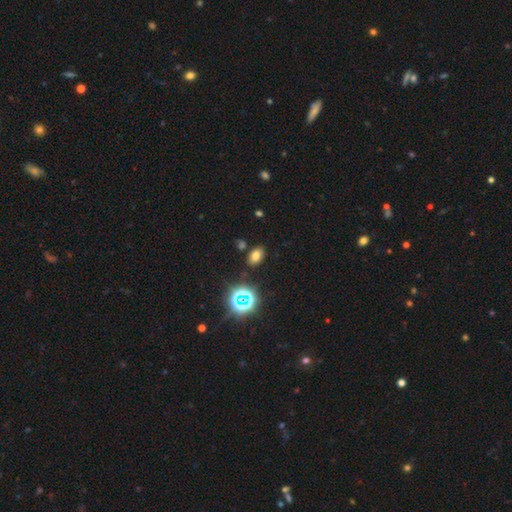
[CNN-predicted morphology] This is likely a smooth galaxy (68%). How rounded: clearly in between (83%). Merging: clearly none (84%).